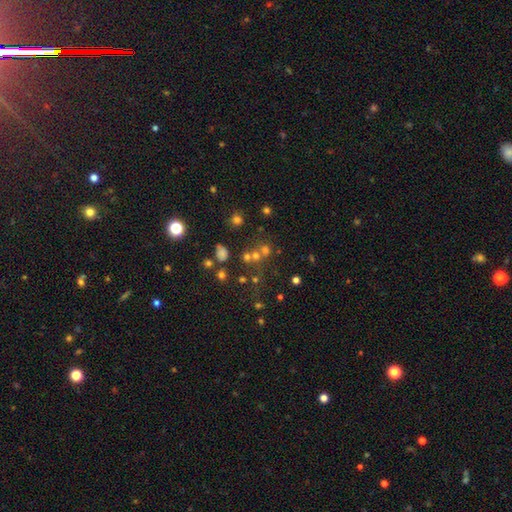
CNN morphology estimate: smooth-or-featured: star or artifact: 45% | smooth: 41% | featured or disk: 14%